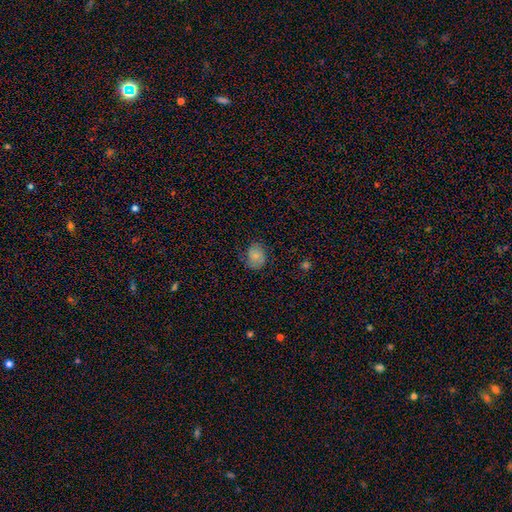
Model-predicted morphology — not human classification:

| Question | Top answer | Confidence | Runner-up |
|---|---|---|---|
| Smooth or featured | smooth | 80% | featured or disk (11%) |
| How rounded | round | 52% | in between (47%) |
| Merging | none | 75% | minor disturbance (19%) |